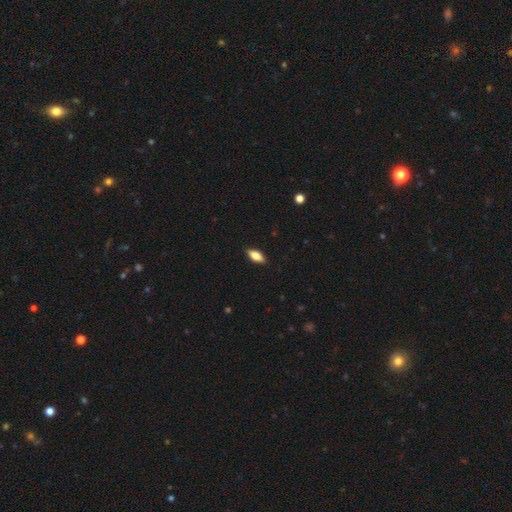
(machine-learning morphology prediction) smooth 78%, featured or disk 15%, star or artifact 7%. Down the decision tree: how rounded — in between (84%); merging — none (88%).